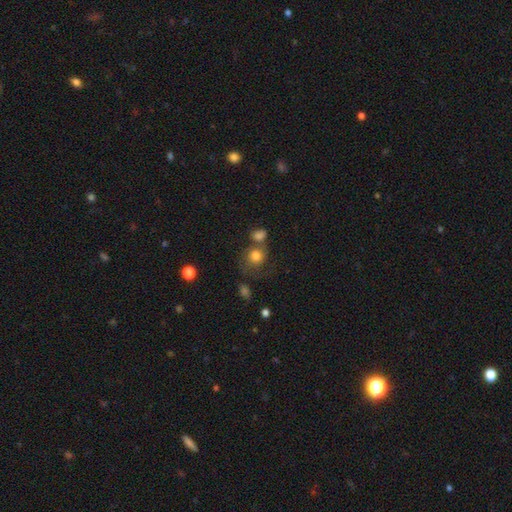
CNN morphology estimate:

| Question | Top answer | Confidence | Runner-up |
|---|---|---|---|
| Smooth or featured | smooth | 77% | featured or disk (12%) |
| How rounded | round | 77% | in between (22%) |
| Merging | none | 44% | merger (28%) |